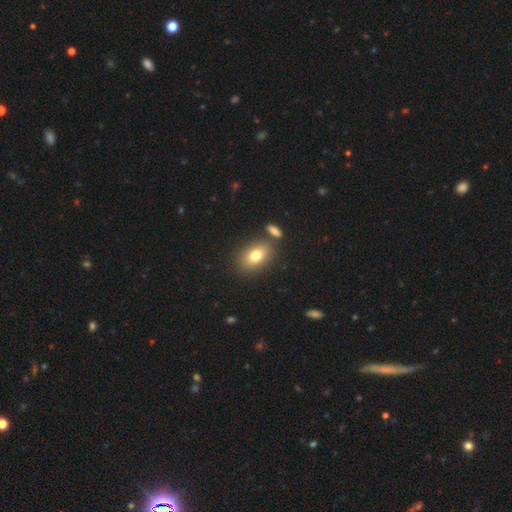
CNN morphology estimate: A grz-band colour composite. It shows a smooth galaxy with no disk features (78%) that is in between round and cigar-shaped (82%). Merging: none (75%).